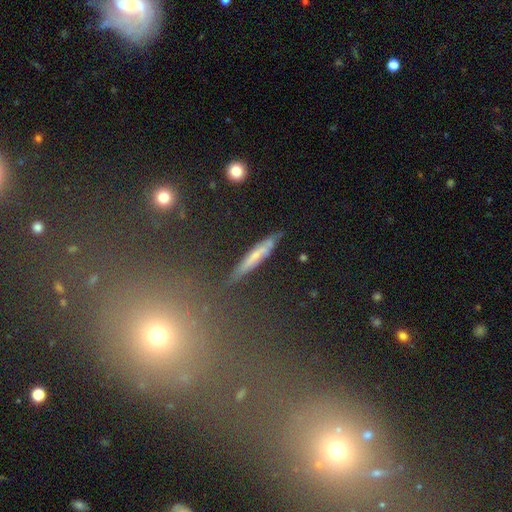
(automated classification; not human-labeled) Q: Smooth or featured?
A: featured or disk (47%); runner-up: smooth (42%)
Q: Merging?
A: none (74%); runner-up: minor disturbance (17%)